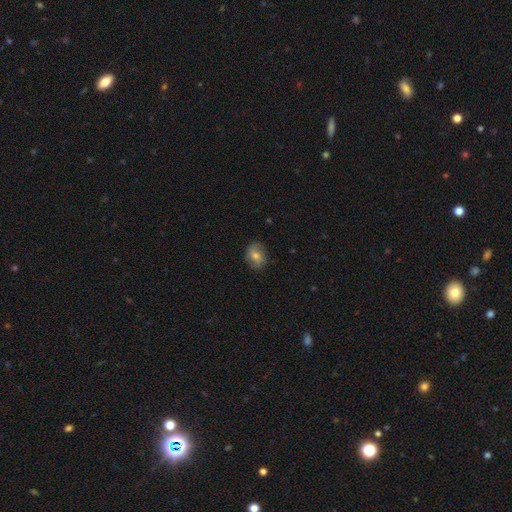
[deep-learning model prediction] This appears to be a smooth galaxy with no disk features (50%) that is in between round and cigar-shaped (61%). Merging: none (79%).